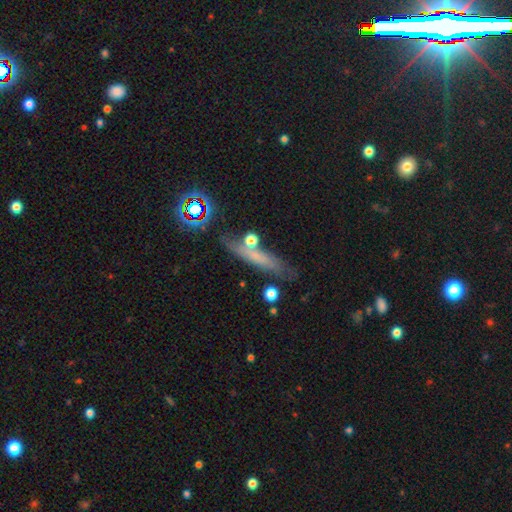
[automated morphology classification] smooth-or-featured: smooth: 51% | featured or disk: 33% | star or artifact: 16%
  how-rounded: cigar-shaped: 79% | in between: 14% | round: 7%
  merging: none: 72% | minor disturbance: 15% | merger: 8% | major disturbance: 6%